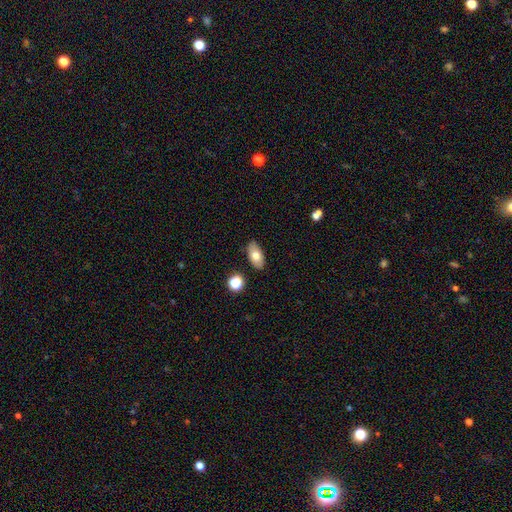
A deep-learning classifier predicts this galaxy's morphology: A smooth galaxy with no disk features (75%) that is in between round and cigar-shaped (92%). Merging: none (86%).